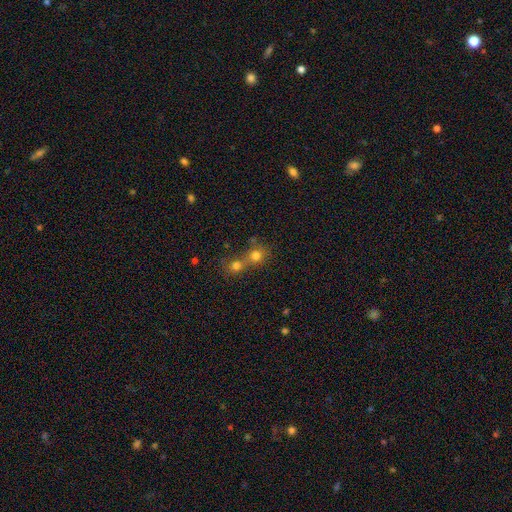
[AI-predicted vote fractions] Morphology: type=smooth (73%); roundness=round (81%); merging=merger (58%).